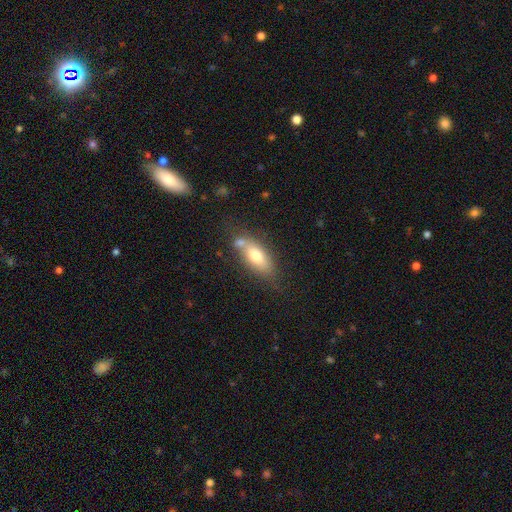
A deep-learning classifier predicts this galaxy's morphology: The model was most divided on "merging": none: 53%, merger: 23%, minor disturbance: 19%, major disturbance: 6%. More confident: how rounded — in between (78%); smooth or featured — smooth (69%).